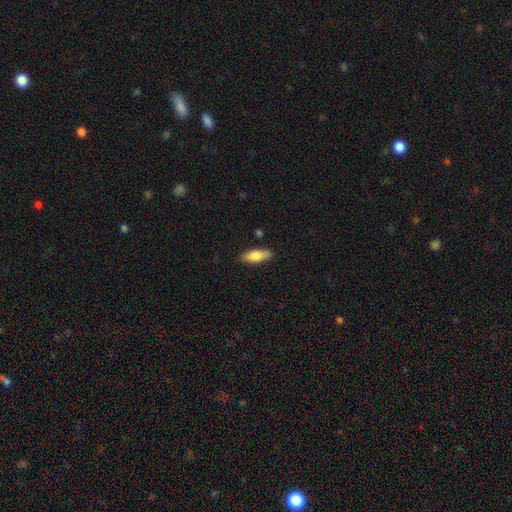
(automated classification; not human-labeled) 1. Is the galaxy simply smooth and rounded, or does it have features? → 76% smooth, 18% featured or disk, 6% star or artifact.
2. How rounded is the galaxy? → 65% in between, 33% cigar-shaped, 2% round.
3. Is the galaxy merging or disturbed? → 82% none, 13% minor disturbance, 3% major disturbance, 2% merger.